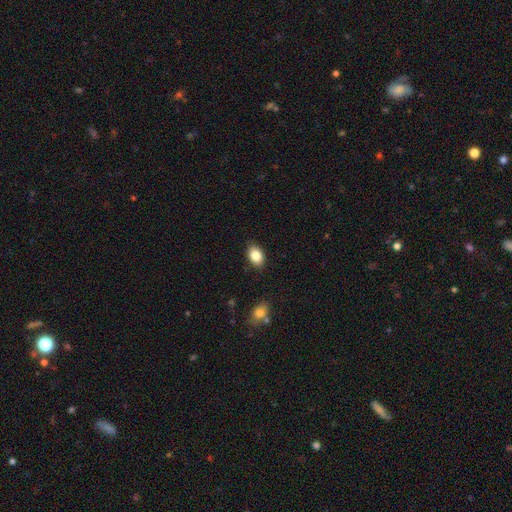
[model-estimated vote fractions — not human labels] A smooth galaxy with no disk features (86%) that is in between round and cigar-shaped (83%).

Vote fractions:
- Smooth or featured? smooth: 86% / star or artifact: 8% / featured or disk: 6%
- How rounded? in between: 83% / round: 16% / cigar-shaped: 1%
- Merging? none: 86% / minor disturbance: 10% / major disturbance: 2% / merger: 1%